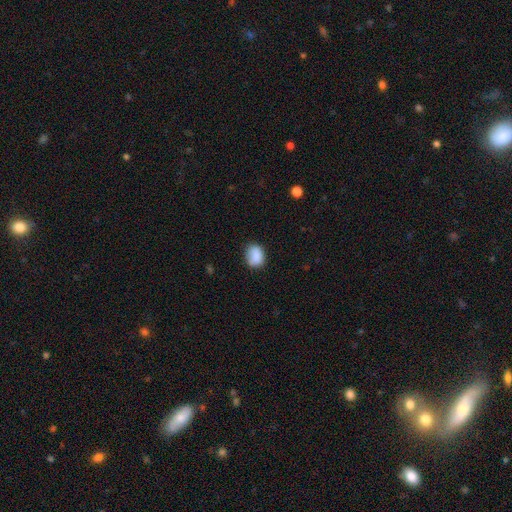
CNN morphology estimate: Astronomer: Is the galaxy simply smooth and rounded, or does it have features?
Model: smooth — 87%.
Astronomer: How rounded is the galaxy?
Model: in between — 56% (runner-up: round, 43%).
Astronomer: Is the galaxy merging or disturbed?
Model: none — 73%.